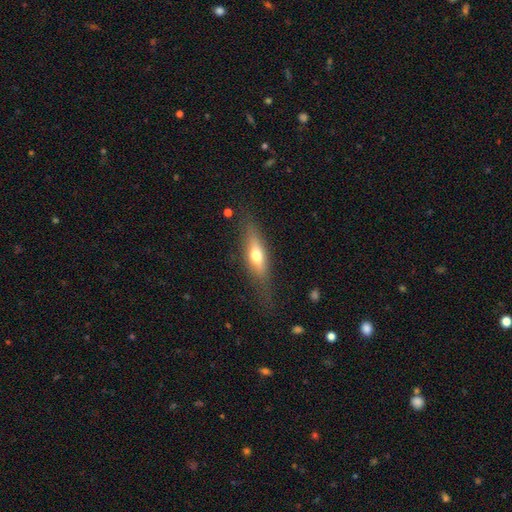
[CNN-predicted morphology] This appears to be a smooth galaxy with no disk features (54%) that is cigar-shaped (53%). Merging: none (74%).